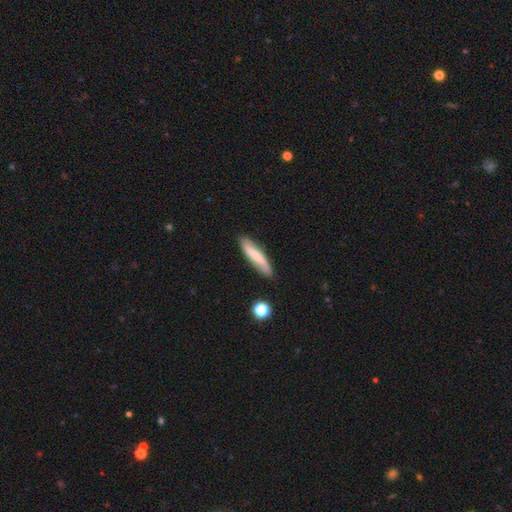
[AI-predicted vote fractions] This is possibly a smooth galaxy (56%). How rounded: clearly cigar-shaped (82%). Merging: clearly none (83%).